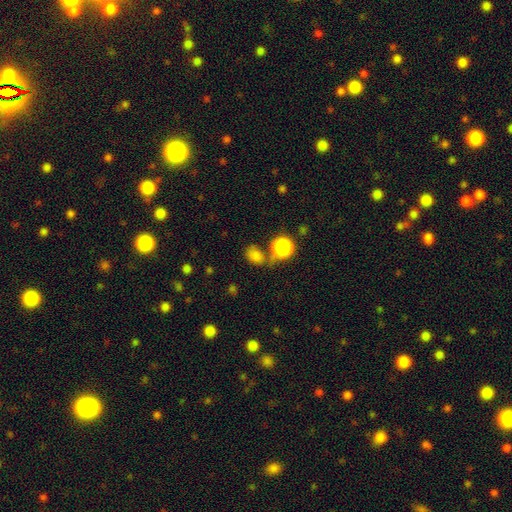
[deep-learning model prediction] A smooth galaxy with no disk features (75%) that is in between round and cigar-shaped (60%).

Vote fractions:
- Smooth or featured? smooth: 75% / star or artifact: 18% / featured or disk: 7%
- How rounded? in between: 60% / round: 38% / cigar-shaped: 1%
- Merging? none: 51% / merger: 24% / minor disturbance: 16% / major disturbance: 9%